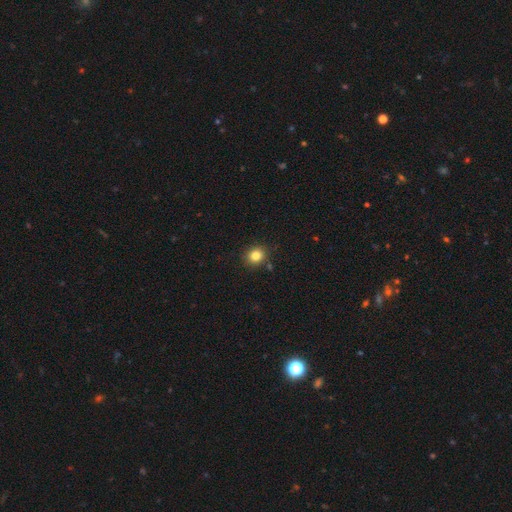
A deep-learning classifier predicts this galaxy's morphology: A smooth galaxy with no disk features (83%) that is round (79%). Merging: none (87%).